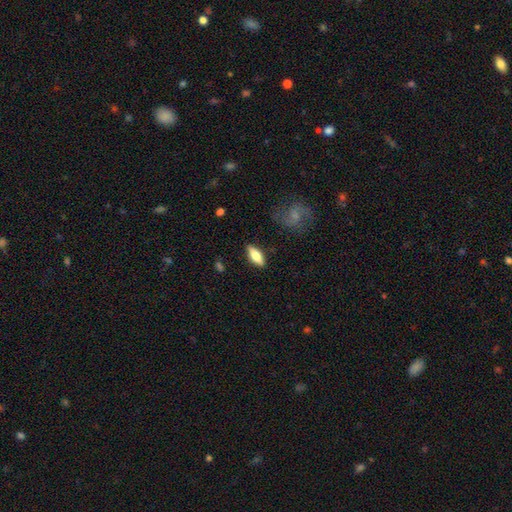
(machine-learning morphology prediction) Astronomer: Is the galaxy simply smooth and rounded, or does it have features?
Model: smooth — 63%.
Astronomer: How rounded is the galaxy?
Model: in between — 66%.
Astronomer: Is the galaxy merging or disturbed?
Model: none — 85%.